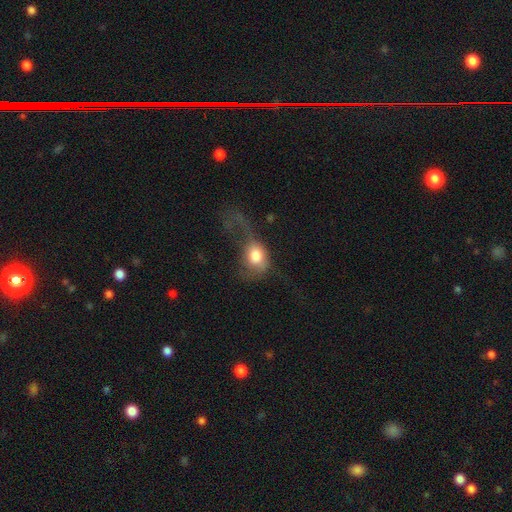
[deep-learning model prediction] Overall: smooth (70%). How rounded: in between (55%; round 43%). Merging: major disturbance (65%).